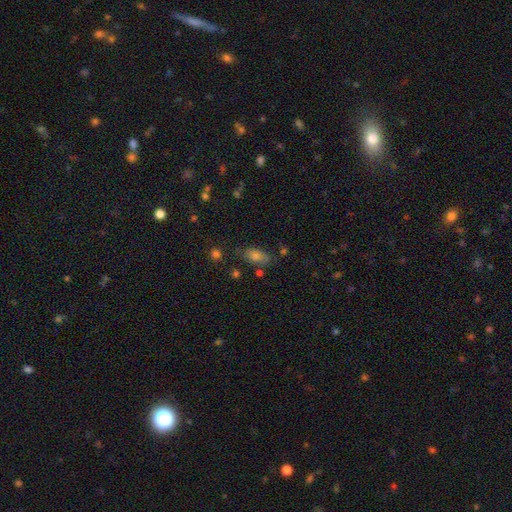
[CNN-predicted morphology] A smooth galaxy with no disk features (65%) that is in between round and cigar-shaped (82%).

Vote fractions:
- Smooth or featured? smooth: 65% / star or artifact: 18% / featured or disk: 17%
- How rounded? in between: 82% / cigar-shaped: 10% / round: 8%
- Merging? none: 73% / minor disturbance: 17% / major disturbance: 5% / merger: 5%